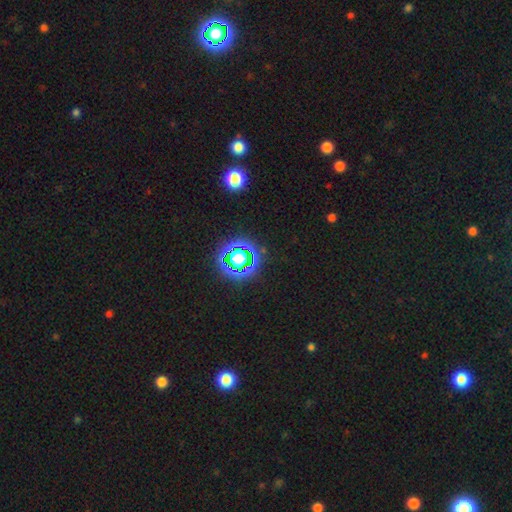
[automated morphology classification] type=star or artifact (79%).